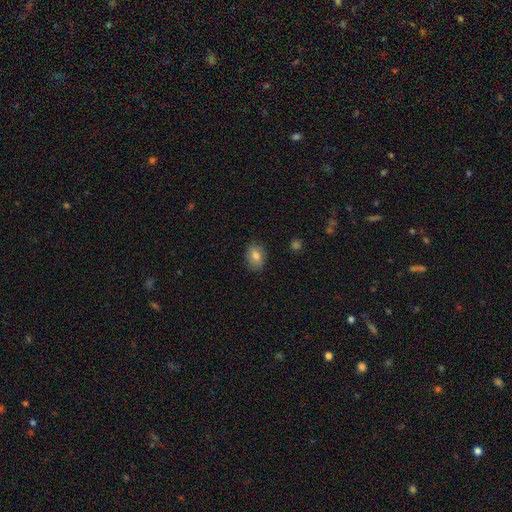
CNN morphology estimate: The model was most divided on "how rounded": in between: 70%, round: 29%, cigar-shaped: 1%. More confident: merging — none (82%); smooth or featured — smooth (79%).